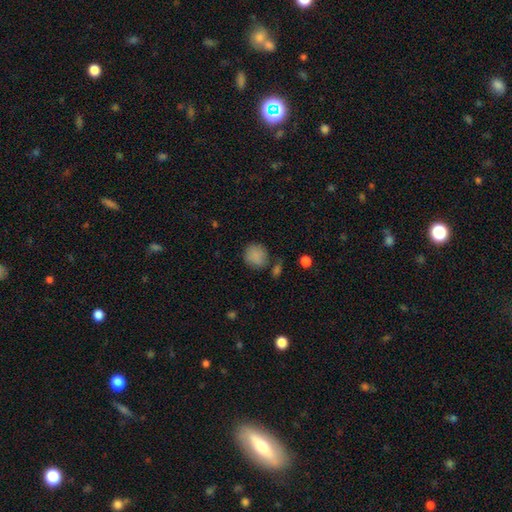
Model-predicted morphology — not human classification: smooth-or-featured: smooth: 86% | star or artifact: 9% | featured or disk: 5%
  how-rounded: round: 85% | in between: 14% | cigar-shaped: 1%
  merging: none: 70% | minor disturbance: 17% | merger: 8% | major disturbance: 5%